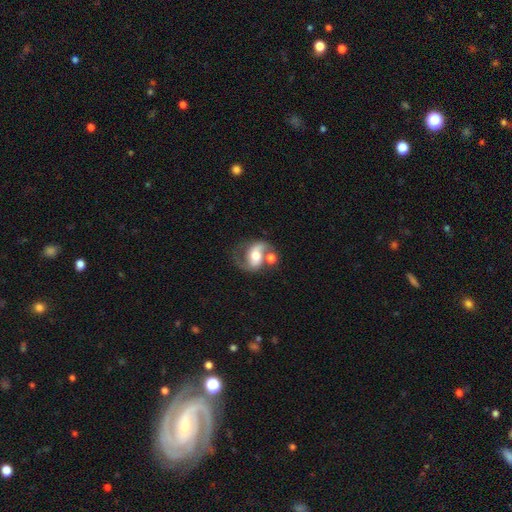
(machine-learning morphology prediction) This is likely a featured or disk galaxy (75%). It is clearly not viewed edge-on (97%). Bar: marginally no (39%). Spiral arm pattern: clearly yes (89%). Spiral arm count: clearly 2 (85%). Spiral winding: possibly medium (47%). Central bulge: likely moderate (65%). Merging: possibly none (47%).